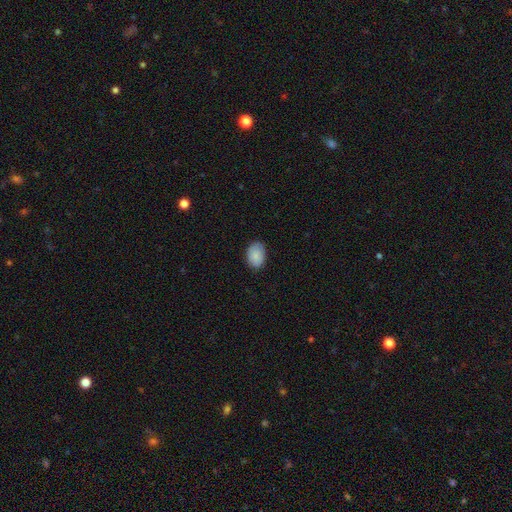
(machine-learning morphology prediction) This is clearly a smooth galaxy (87%). How rounded: clearly in between (81%). Merging: clearly none (81%).